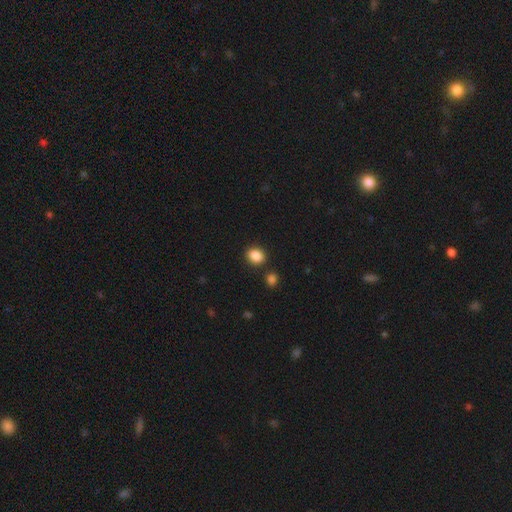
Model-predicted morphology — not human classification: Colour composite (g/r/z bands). It shows a smooth galaxy with no disk features (87%) that is round (54%). Merging: none (84%).